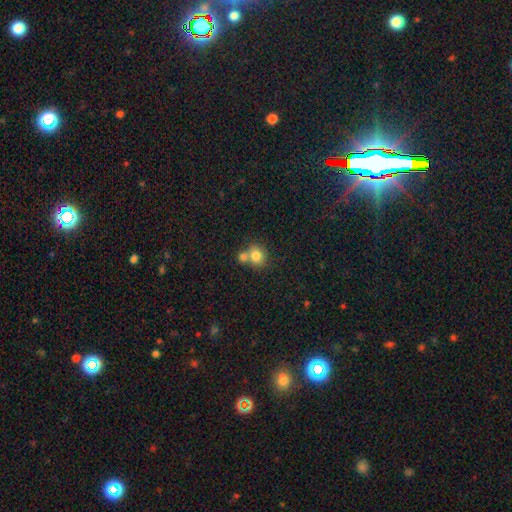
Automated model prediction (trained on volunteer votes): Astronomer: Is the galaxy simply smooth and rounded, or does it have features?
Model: smooth — 79%.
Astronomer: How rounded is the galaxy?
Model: round — 77%.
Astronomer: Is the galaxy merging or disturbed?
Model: merger — 46% (runner-up: none, 43%).